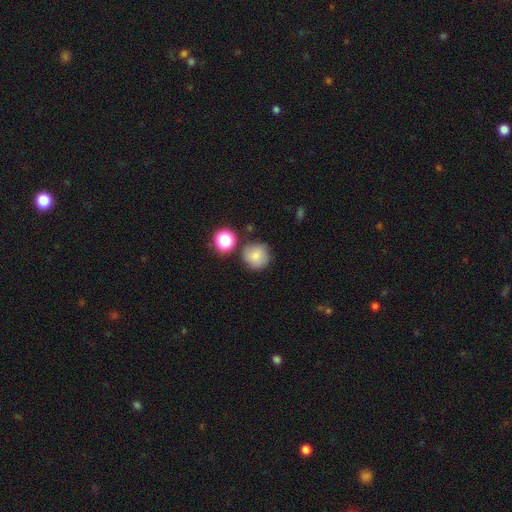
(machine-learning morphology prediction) smooth_or_featured: smooth (p=0.78) [alt: star or artifact p=0.12]
how_rounded: round (p=0.93) [alt: in between p=0.06]
merging: none (p=0.75) [alt: minor disturbance p=0.13]